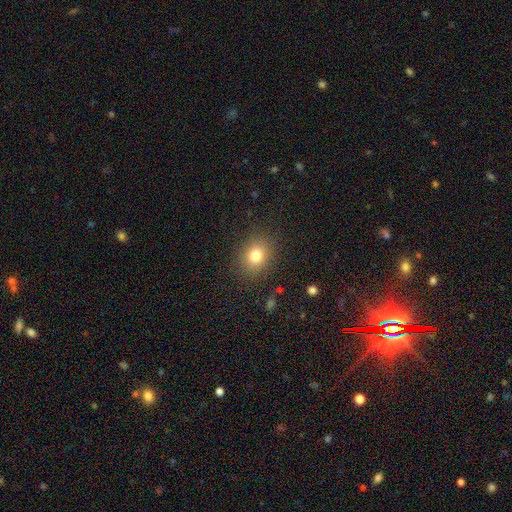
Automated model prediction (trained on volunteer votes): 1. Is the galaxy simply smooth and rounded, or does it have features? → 78% smooth, 13% star or artifact, 9% featured or disk.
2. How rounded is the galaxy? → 66% round, 33% in between, 1% cigar-shaped.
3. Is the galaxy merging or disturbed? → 87% none, 8% minor disturbance, 3% major disturbance, 1% merger.